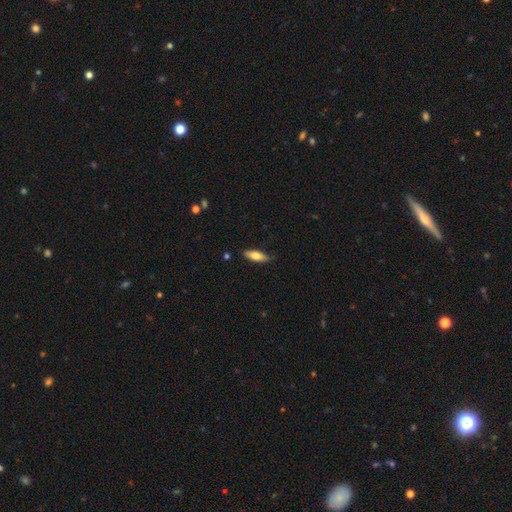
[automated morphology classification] Q: Smooth or featured?
A: smooth (72%); runner-up: featured or disk (22%)
Q: How rounded?
A: in between (58%); runner-up: cigar-shaped (40%)
Q: Merging?
A: none (85%); runner-up: minor disturbance (11%)